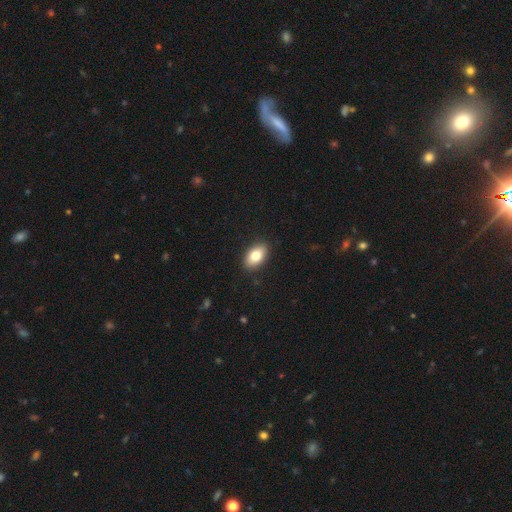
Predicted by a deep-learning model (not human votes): Smooth or featured: smooth — 81% (featured or disk — 12%)
How rounded: in between — 91% (round — 7%)
Merging: none — 89% (minor disturbance — 8%)